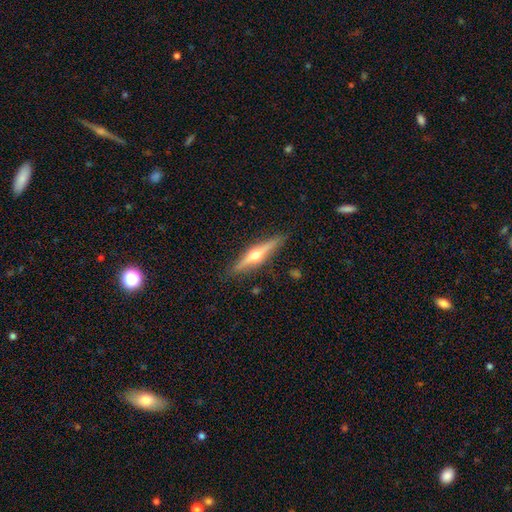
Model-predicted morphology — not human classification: The model was most divided on "smooth or featured": featured or disk: 72%, smooth: 23%, star or artifact: 6%. More confident: edge-on disk — yes (97%); edge-on bulge — rounded (95%); merging — none (89%).